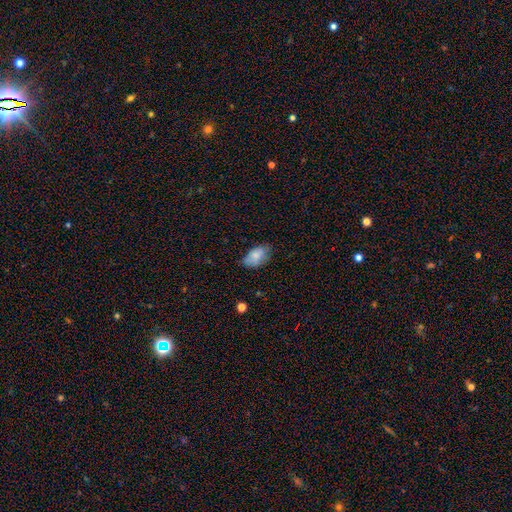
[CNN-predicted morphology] A smooth galaxy with no disk features (79%) that is in between round and cigar-shaped (92%).

Vote fractions:
- Smooth or featured? smooth: 79% / featured or disk: 14% / star or artifact: 8%
- How rounded? in between: 92% / round: 6% / cigar-shaped: 2%
- Merging? none: 63% / minor disturbance: 29% / major disturbance: 6% / merger: 2%